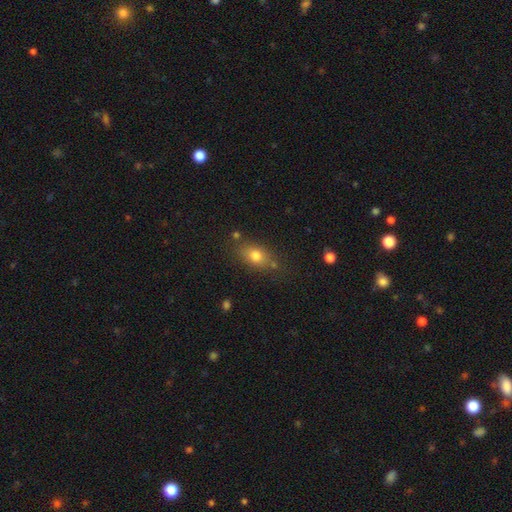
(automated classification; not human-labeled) Morphology: type=smooth (75%); roundness=in between (70%); merging=none (73%).